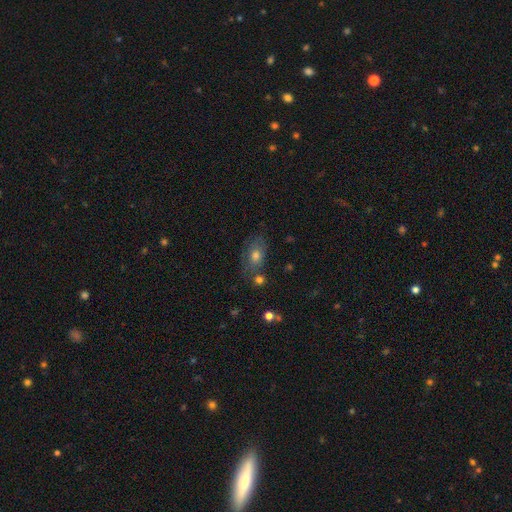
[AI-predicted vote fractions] Smooth or featured? Predicted: smooth (p=0.63). How rounded? Predicted: in between (p=0.79). Merging? Predicted: none (p=0.64).